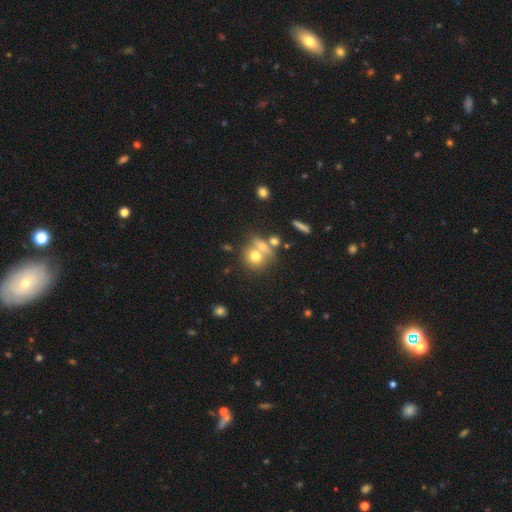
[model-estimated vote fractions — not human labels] Smooth or featured: smooth — 69% (featured or disk — 19%)
How rounded: round — 75% (in between — 23%)
Merging: merger — 45% (none — 40%)